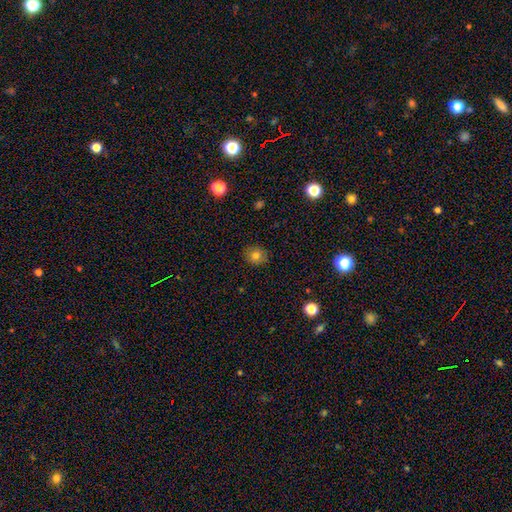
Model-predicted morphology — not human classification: Smooth or featured? Predicted: smooth (p=0.77). How rounded? Predicted: round (p=0.79). Merging? Predicted: none (p=0.89).